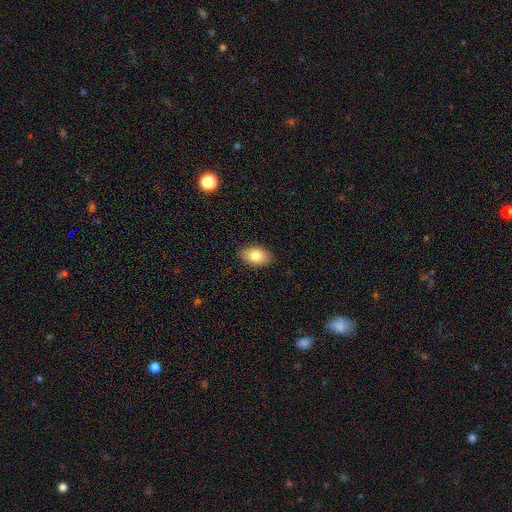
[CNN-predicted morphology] This appears to be a smooth galaxy with no disk features (82%) that is in between round and cigar-shaped (90%). Merging: none (89%).